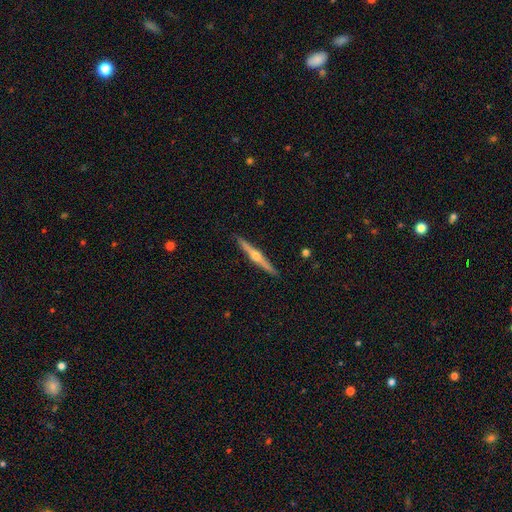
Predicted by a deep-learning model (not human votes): Q: Smooth or featured?
A: featured or disk (77%); runner-up: smooth (17%)
Q: Edge-on disk?
A: yes (98%); runner-up: no (2%)
Q: Edge-on bulge?
A: rounded (93%); runner-up: none (4%)
Q: Merging?
A: none (92%); runner-up: minor disturbance (6%)